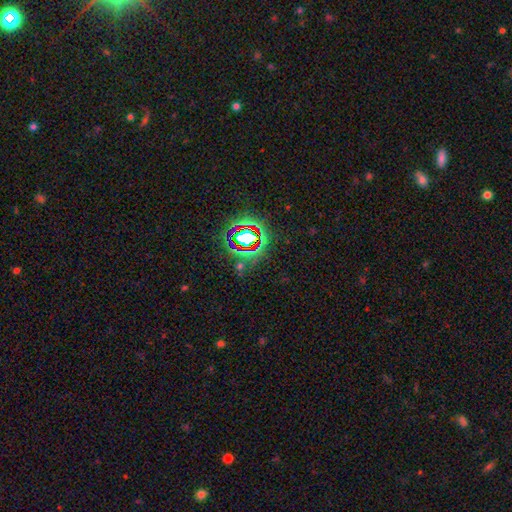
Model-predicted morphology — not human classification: Smooth or featured: star or artifact — 72% (smooth — 15%)